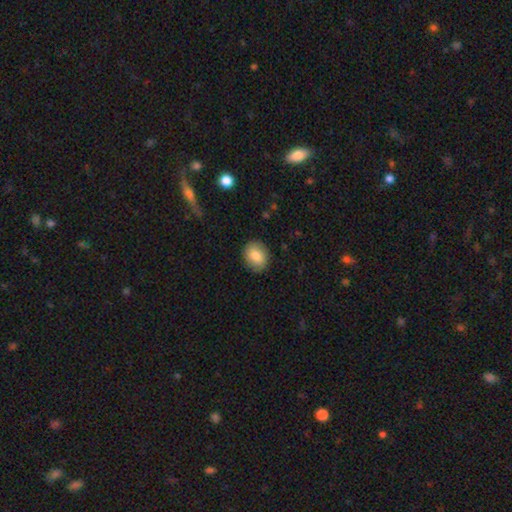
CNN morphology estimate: Smooth or featured: smooth — 82% (featured or disk — 10%)
How rounded: round — 51% (in between — 48%)
Merging: none — 88% (minor disturbance — 9%)